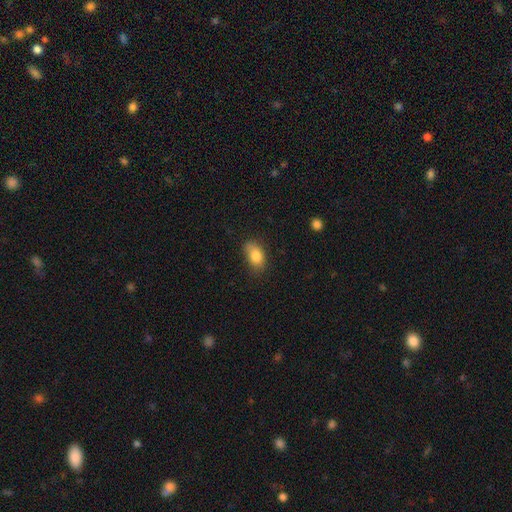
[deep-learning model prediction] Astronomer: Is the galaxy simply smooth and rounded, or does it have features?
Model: smooth — 83%.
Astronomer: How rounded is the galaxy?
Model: in between — 87%.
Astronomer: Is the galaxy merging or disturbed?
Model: none — 63%.